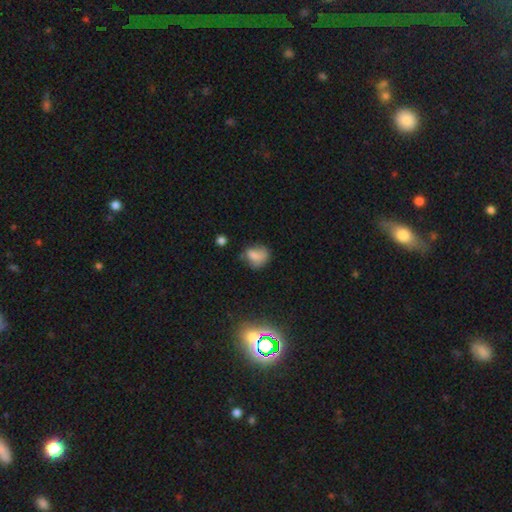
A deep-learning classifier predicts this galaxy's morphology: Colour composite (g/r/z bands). It shows a smooth galaxy with no disk features (75%) that is in between round and cigar-shaped (56%). Merging: none (47%).